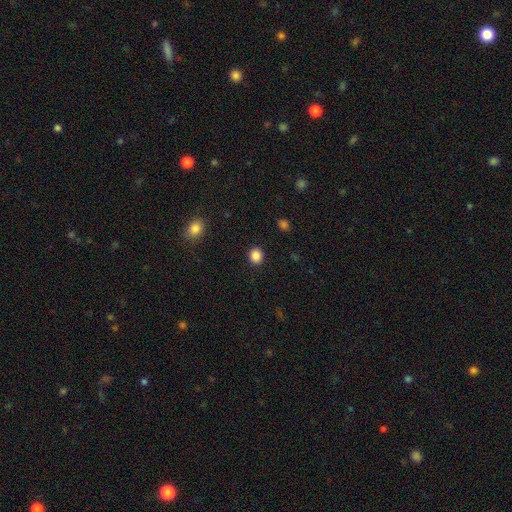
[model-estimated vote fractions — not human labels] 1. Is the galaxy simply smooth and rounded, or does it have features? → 87% smooth, 10% star or artifact, 3% featured or disk.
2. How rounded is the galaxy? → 82% round, 17% in between, 1% cigar-shaped.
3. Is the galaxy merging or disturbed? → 91% none, 6% minor disturbance, 2% major disturbance, 1% merger.